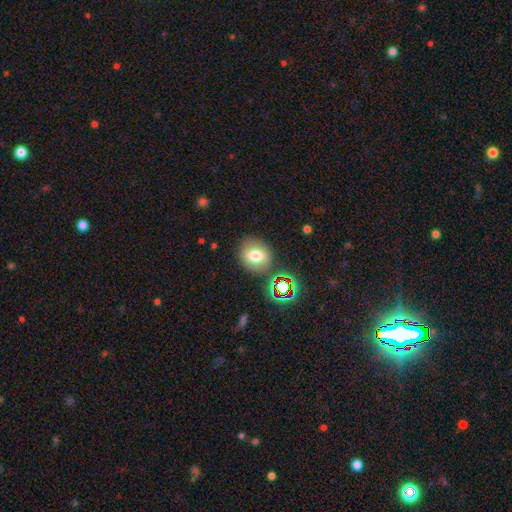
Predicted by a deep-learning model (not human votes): Smooth or featured? smooth (67%)
How rounded? round (60%)
Merging? none (80%)